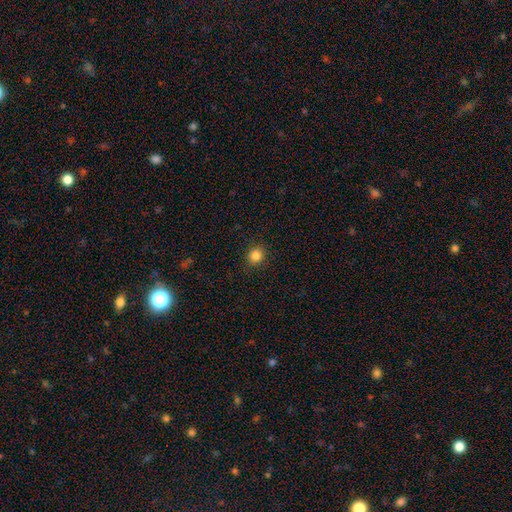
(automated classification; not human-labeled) Morphology: type=smooth (84%); roundness=round (88%); merging=none (90%).